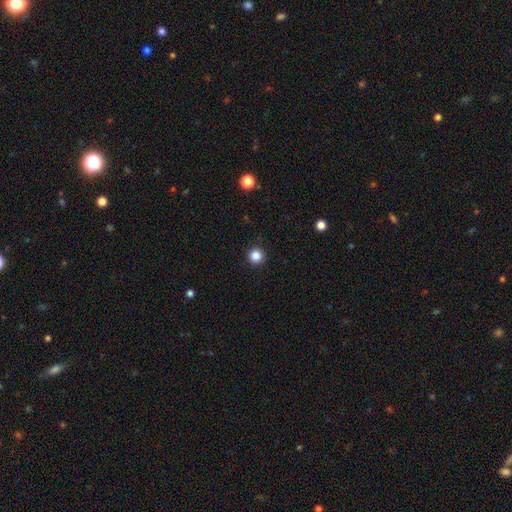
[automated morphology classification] smooth-or-featured: smooth: 85% | star or artifact: 11% | featured or disk: 3%
  how-rounded: round: 96% | in between: 3% | cigar-shaped: 1%
  merging: none: 93% | minor disturbance: 5% | major disturbance: 2% | merger: 1%